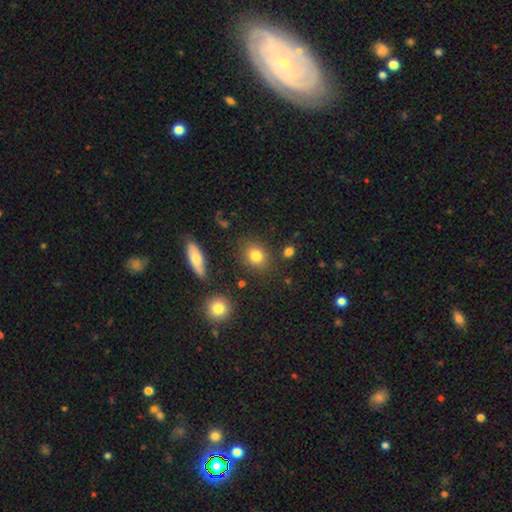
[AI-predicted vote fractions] A smooth galaxy with no disk features (81%) that is round (63%).

Vote fractions:
- Smooth or featured? smooth: 81% / star or artifact: 11% / featured or disk: 8%
- How rounded? round: 63% / in between: 36% / cigar-shaped: 2%
- Merging? none: 83% / minor disturbance: 10% / merger: 4% / major disturbance: 3%